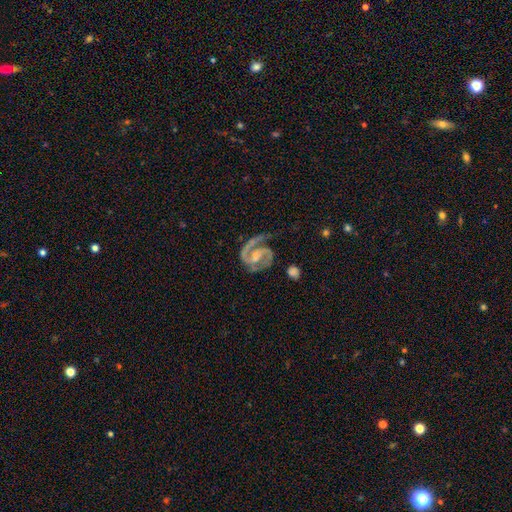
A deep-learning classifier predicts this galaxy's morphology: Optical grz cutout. It shows a featured or disk galaxy (91%) with a weak bar (45%), 2 (86%) medium (51%) spiral arms (98%) and a small central bulge (48%). Merging: none (65%).